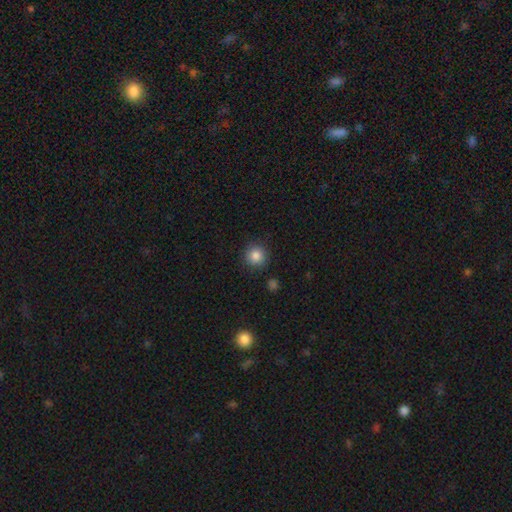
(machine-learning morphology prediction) Overall: smooth (85%). How rounded: round (93%). Merging: none (88%).